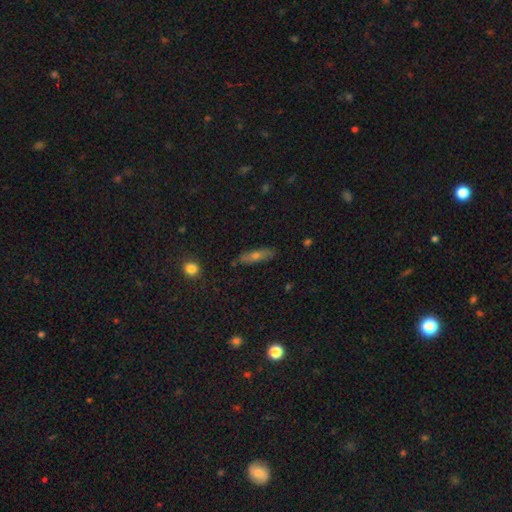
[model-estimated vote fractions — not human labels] smooth_or_featured: smooth (p=0.55) [alt: featured or disk p=0.35]
how_rounded: cigar-shaped (p=0.66) [alt: in between p=0.30]
merging: none (p=0.85) [alt: minor disturbance p=0.11]